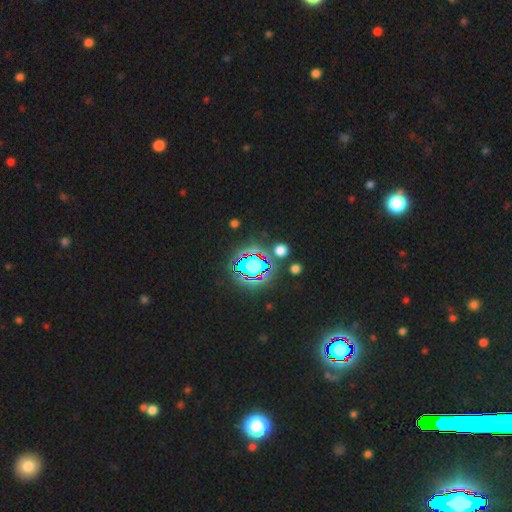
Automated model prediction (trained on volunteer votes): star or artifact 79%, smooth 13%, featured or disk 9%.